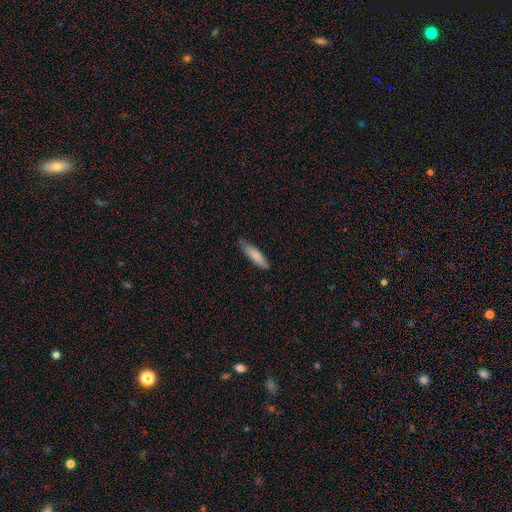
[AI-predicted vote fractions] Smooth or featured? Predicted: smooth (p=0.83). How rounded? Predicted: cigar-shaped (p=0.71). Merging? Predicted: none (p=0.76).